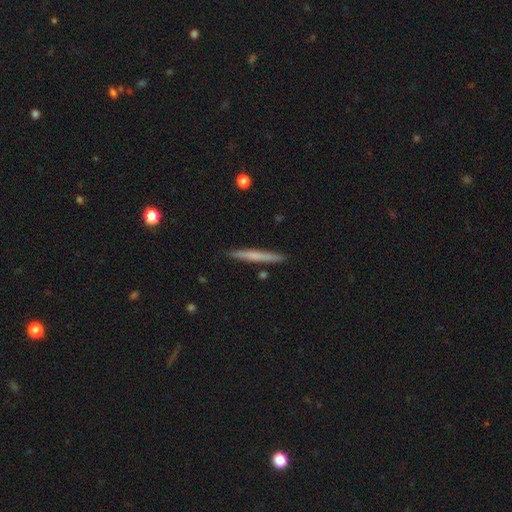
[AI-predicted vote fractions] Q: Smooth or featured?
A: smooth (57%); runner-up: featured or disk (37%)
Q: How rounded?
A: cigar-shaped (96%); runner-up: in between (2%)
Q: Merging?
A: none (90%); runner-up: minor disturbance (7%)